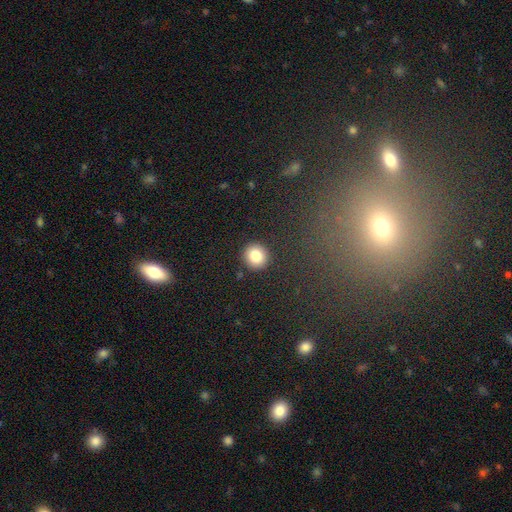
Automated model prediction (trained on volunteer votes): Overall: smooth (84%). How rounded: round (90%). Merging: none (91%).